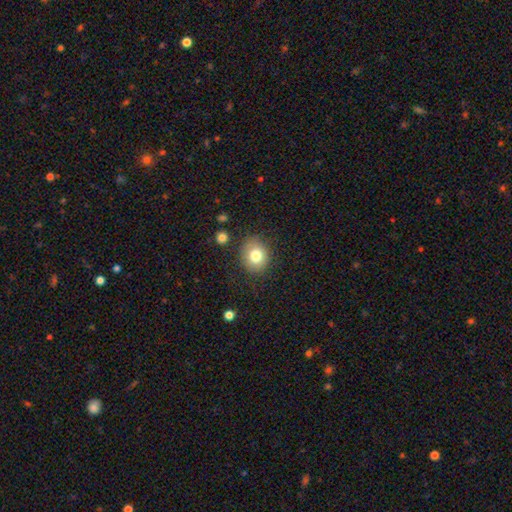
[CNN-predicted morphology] The model was most divided on "how rounded": round: 66%, in between: 33%, cigar-shaped: 1%. More confident: merging — none (82%); smooth or featured — smooth (80%).